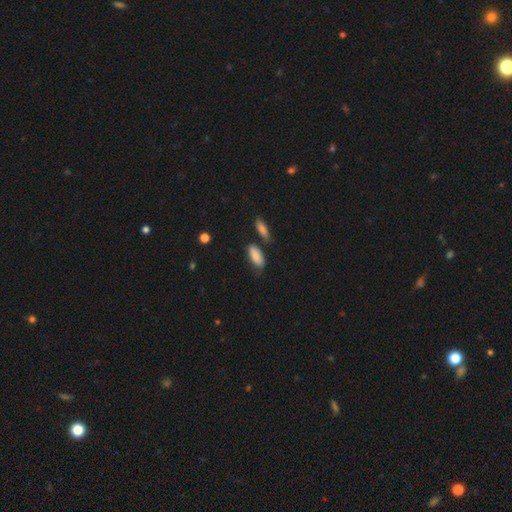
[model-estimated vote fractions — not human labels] Smooth or featured: smooth — 84% (featured or disk — 9%)
How rounded: in between — 83% (cigar-shaped — 15%)
Merging: none — 62% (minor disturbance — 22%)